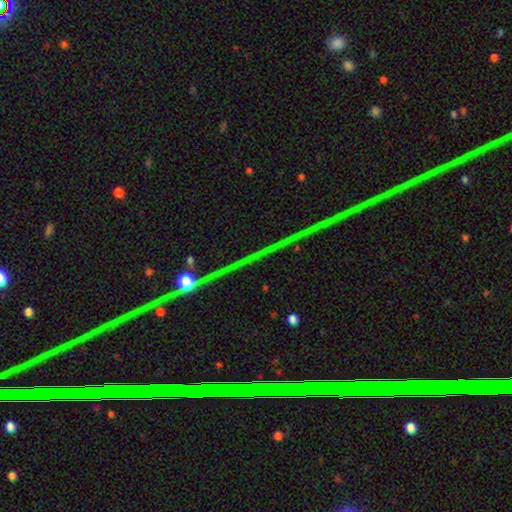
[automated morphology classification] Overall: star or artifact (81%).